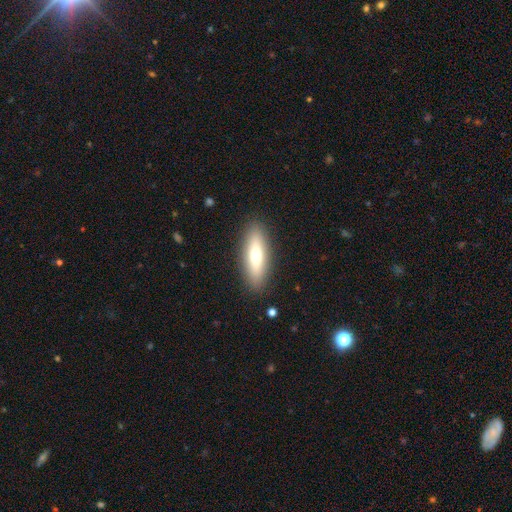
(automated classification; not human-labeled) Smooth or featured?
  - smooth: 63% *
  - featured or disk: 30%
  - star or artifact: 6%
How rounded?
  - cigar-shaped: 52% *
  - in between: 46%
  - round: 2%
Merging?
  - none: 89% *
  - minor disturbance: 8%
  - major disturbance: 2%
  - merger: 1%